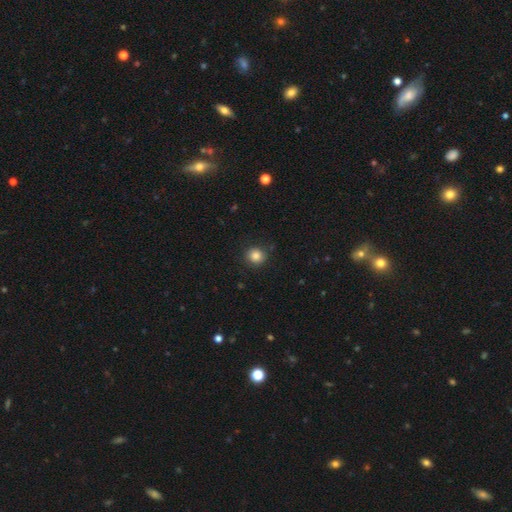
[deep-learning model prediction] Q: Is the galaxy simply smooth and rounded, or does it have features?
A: smooth — 84%.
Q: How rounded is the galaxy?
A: round — 90%.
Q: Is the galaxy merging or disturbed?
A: none — 87%.